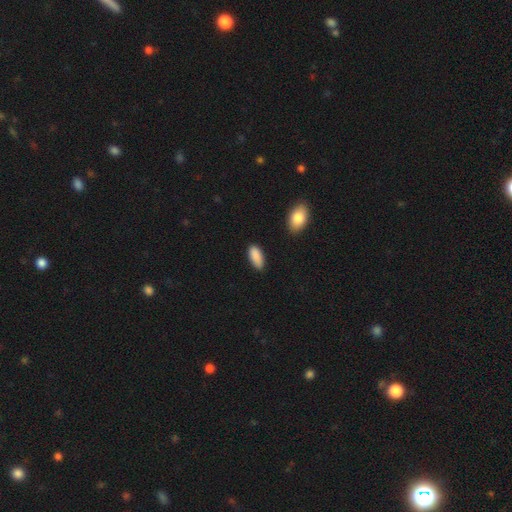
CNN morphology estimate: This is clearly a smooth galaxy (89%). How rounded: clearly in between (87%). Merging: likely none (78%).